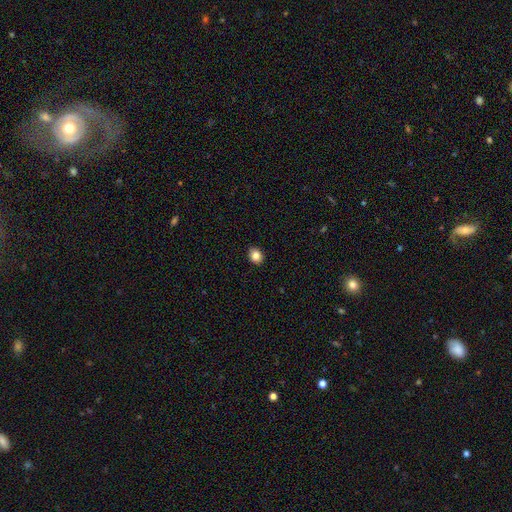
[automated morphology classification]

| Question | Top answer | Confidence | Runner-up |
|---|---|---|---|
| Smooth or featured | smooth | 83% | star or artifact (10%) |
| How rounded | round | 51% | in between (49%) |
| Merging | none | 91% | minor disturbance (7%) |